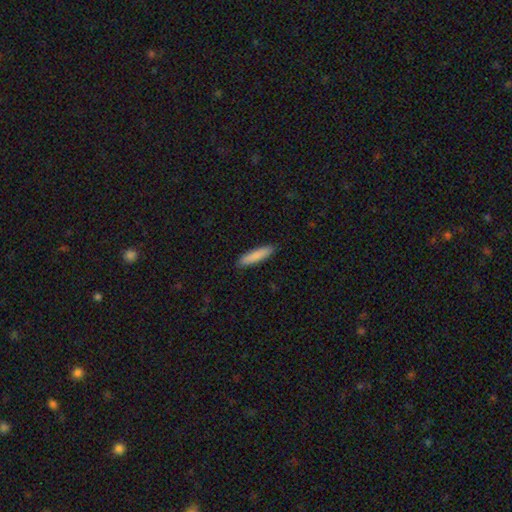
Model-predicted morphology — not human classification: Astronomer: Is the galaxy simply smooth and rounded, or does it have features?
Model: smooth — 86%.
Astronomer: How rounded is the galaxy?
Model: cigar-shaped — 85%.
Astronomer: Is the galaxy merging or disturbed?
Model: none — 91%.